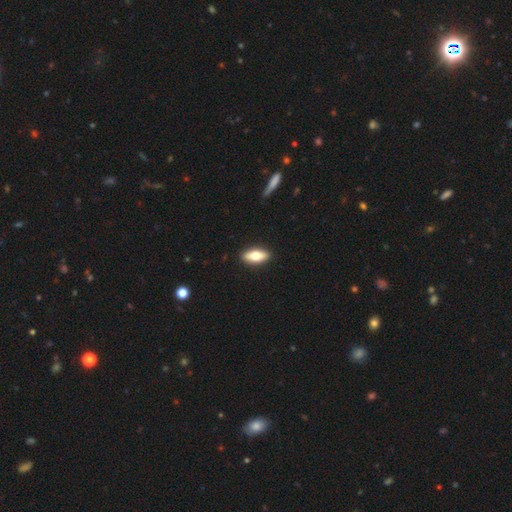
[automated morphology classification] Q: Smooth or featured?
A: smooth (68%); runner-up: featured or disk (25%)
Q: How rounded?
A: in between (78%); runner-up: cigar-shaped (18%)
Q: Merging?
A: none (90%); runner-up: minor disturbance (7%)